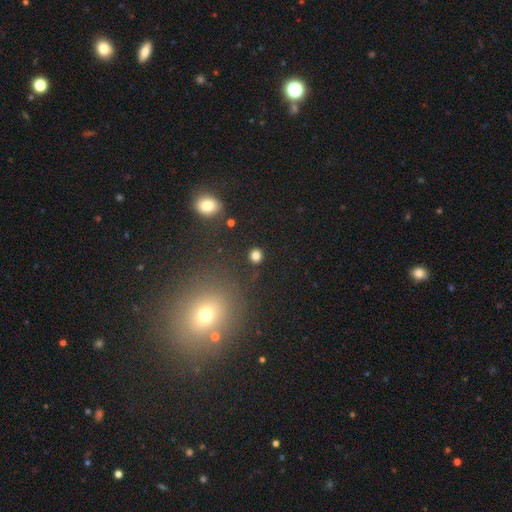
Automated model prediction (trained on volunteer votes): Smooth or featured? Predicted: smooth (p=0.81). How rounded? Predicted: round (p=0.89). Merging? Predicted: none (p=0.88).